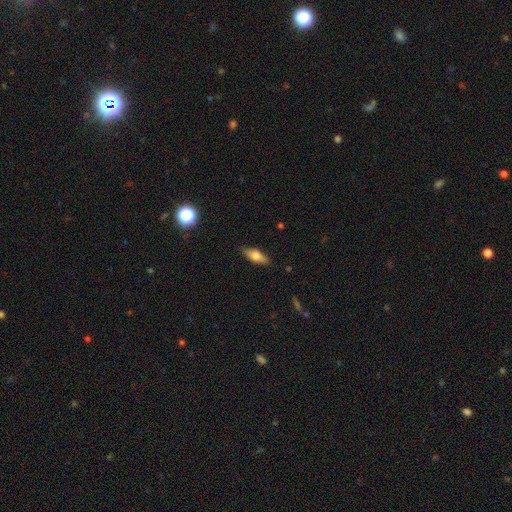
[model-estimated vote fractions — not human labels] A smooth galaxy with no disk features (66%) that is in between round and cigar-shaped (67%).

Vote fractions:
- Smooth or featured? smooth: 66% / featured or disk: 26% / star or artifact: 7%
- How rounded? in between: 67% / cigar-shaped: 30% / round: 3%
- Merging? none: 84% / minor disturbance: 12% / major disturbance: 2% / merger: 1%